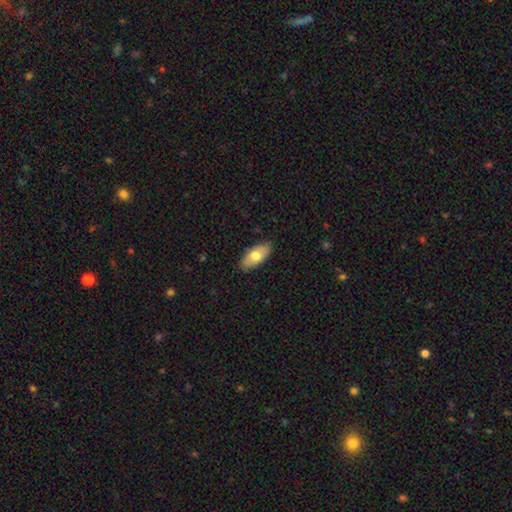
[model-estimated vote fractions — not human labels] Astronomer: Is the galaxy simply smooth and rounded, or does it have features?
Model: smooth — 69%.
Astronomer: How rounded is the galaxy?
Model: in between — 90%.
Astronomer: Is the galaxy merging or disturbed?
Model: none — 87%.